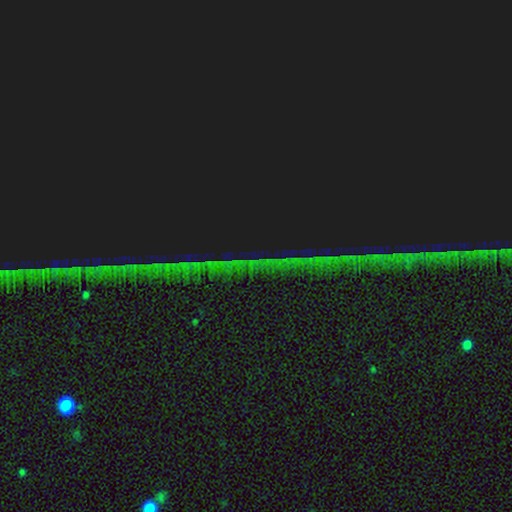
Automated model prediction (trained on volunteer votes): This is clearly a star or artifact rather than a galaxy (86%).